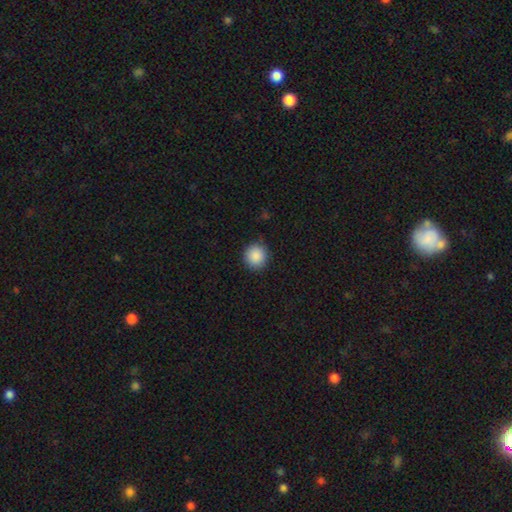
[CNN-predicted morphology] smooth_or_featured: smooth (p=0.89) [alt: star or artifact p=0.08]
how_rounded: round (p=0.93) [alt: in between p=0.06]
merging: none (p=0.89) [alt: minor disturbance p=0.08]